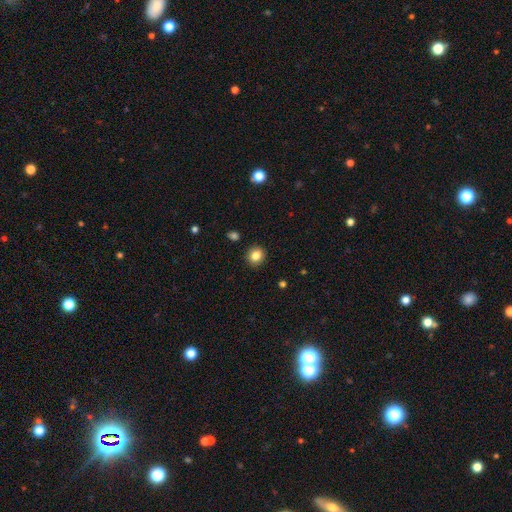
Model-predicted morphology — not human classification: type=smooth (84%); roundness=round (79%); merging=none (88%).